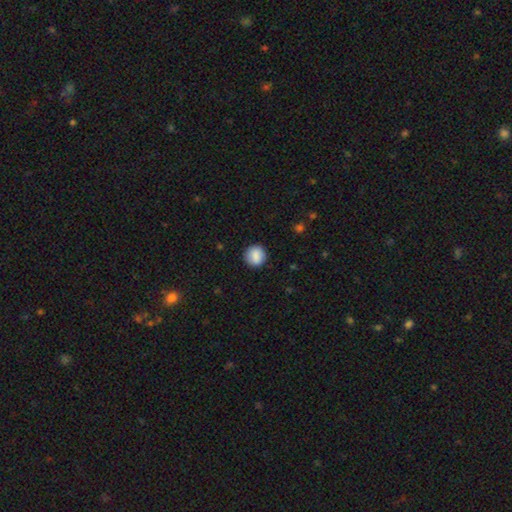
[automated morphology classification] Smooth or featured? smooth (88%)
How rounded? round (89%)
Merging? none (90%)